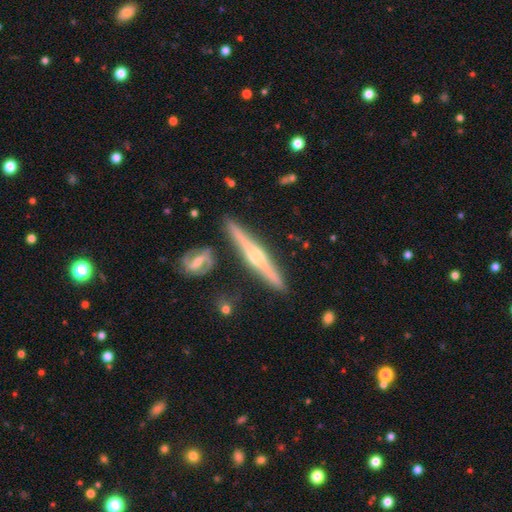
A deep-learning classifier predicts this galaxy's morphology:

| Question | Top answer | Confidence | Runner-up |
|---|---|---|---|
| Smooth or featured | featured or disk | 77% | smooth (18%) |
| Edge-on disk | yes | 97% | no (3%) |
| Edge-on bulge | rounded | 86% | none (7%) |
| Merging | none | 86% | minor disturbance (8%) |